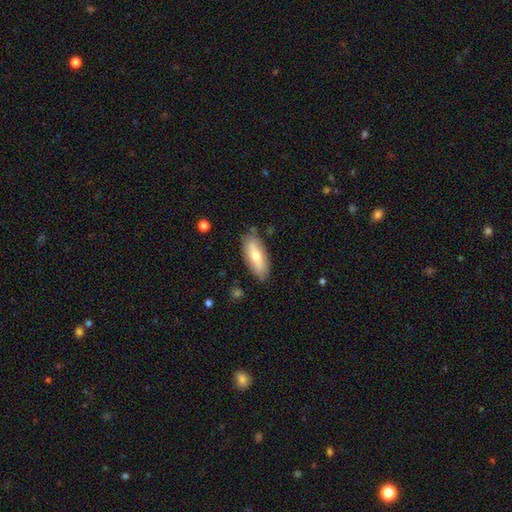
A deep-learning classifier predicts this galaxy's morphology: Overall: smooth (63%; featured or disk 31%). How rounded: in between (79%). Merging: none (81%).